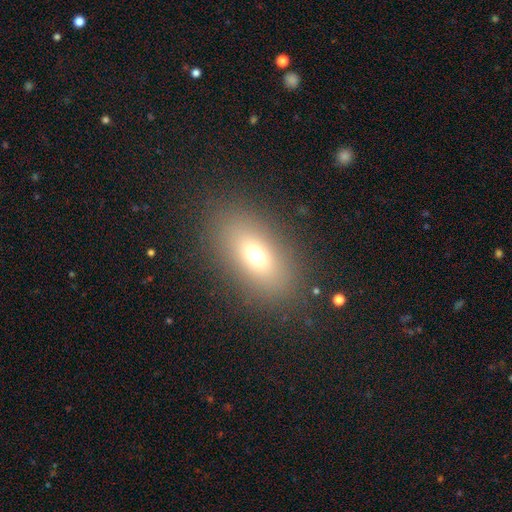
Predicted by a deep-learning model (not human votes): Morphology: type=smooth (68%); roundness=in between (81%); merging=none (85%).